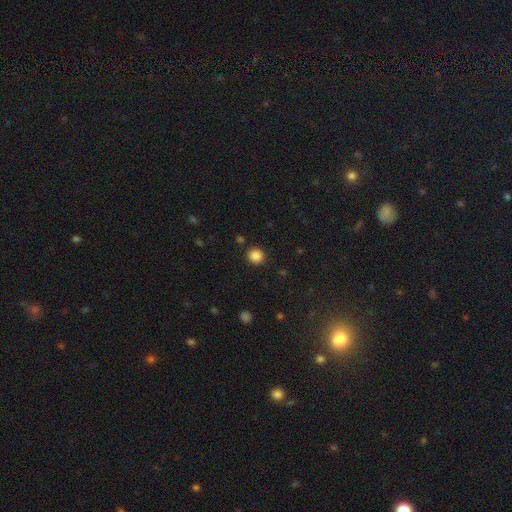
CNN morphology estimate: Q: Smooth or featured?
A: smooth (86%); runner-up: star or artifact (11%)
Q: How rounded?
A: round (91%); runner-up: in between (8%)
Q: Merging?
A: none (90%); runner-up: minor disturbance (6%)